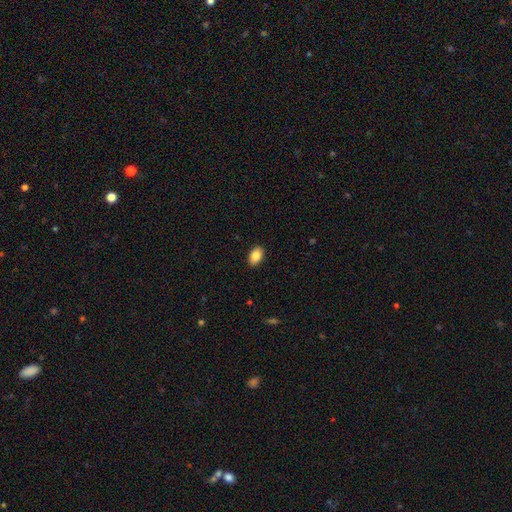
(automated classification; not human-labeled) smooth 87%, star or artifact 8%, featured or disk 6%. Down the decision tree: how rounded — in between (91%); merging — none (90%).